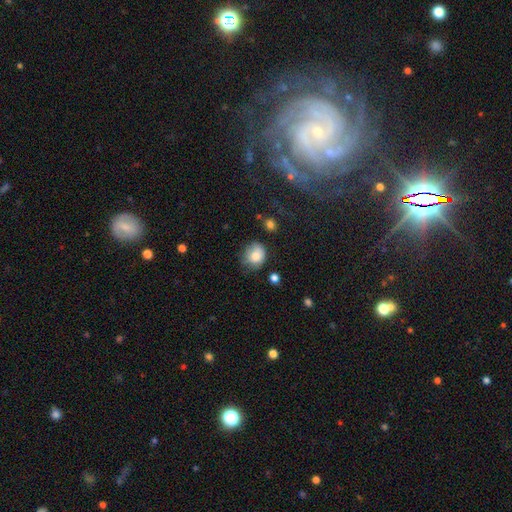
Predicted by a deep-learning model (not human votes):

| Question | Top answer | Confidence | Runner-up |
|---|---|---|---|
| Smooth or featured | smooth | 78% | featured or disk (12%) |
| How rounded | round | 72% | in between (27%) |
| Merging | none | 58% | minor disturbance (30%) |